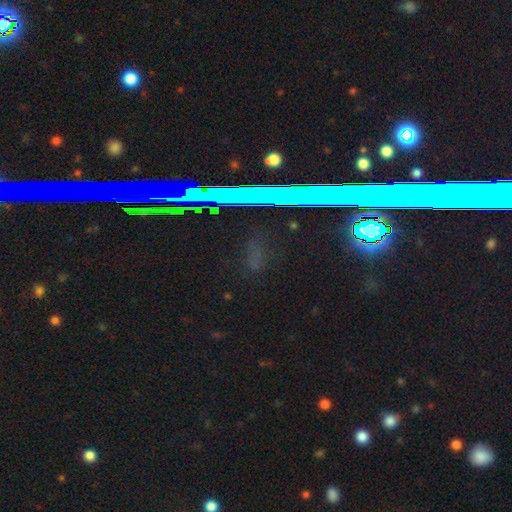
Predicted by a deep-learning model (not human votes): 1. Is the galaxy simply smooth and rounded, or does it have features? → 69% star or artifact, 16% featured or disk, 15% smooth.